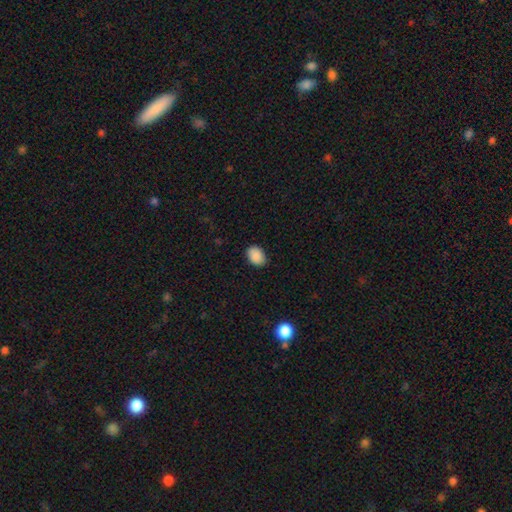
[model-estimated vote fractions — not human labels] smooth 90%, star or artifact 8%, featured or disk 3%. Down the decision tree: how rounded — in between (73%); merging — none (85%).